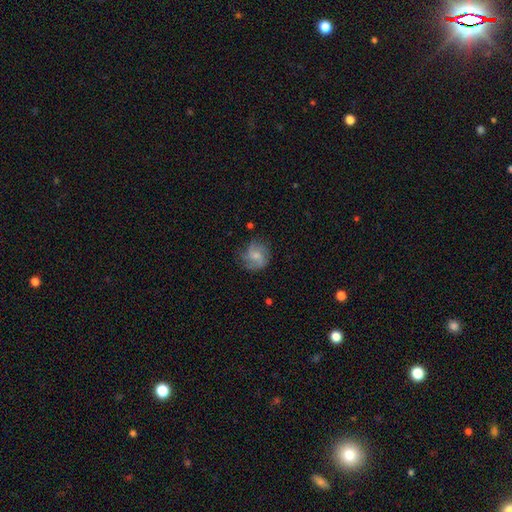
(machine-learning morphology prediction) A featured or disk galaxy (52%) with no bar (65%), spiral arms (86%) and a small central bulge (52%). Merging: none (68%).